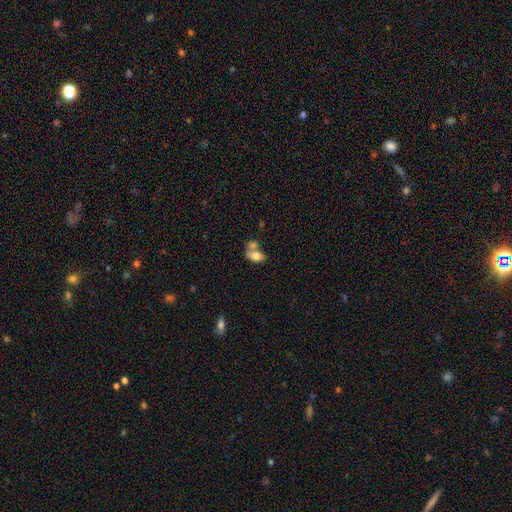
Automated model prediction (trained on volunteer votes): smooth-or-featured: smooth: 75% | featured or disk: 17% | star or artifact: 8%
  how-rounded: in between: 84% | round: 13% | cigar-shaped: 2%
  merging: merger: 56% | none: 26% | minor disturbance: 11% | major disturbance: 6%